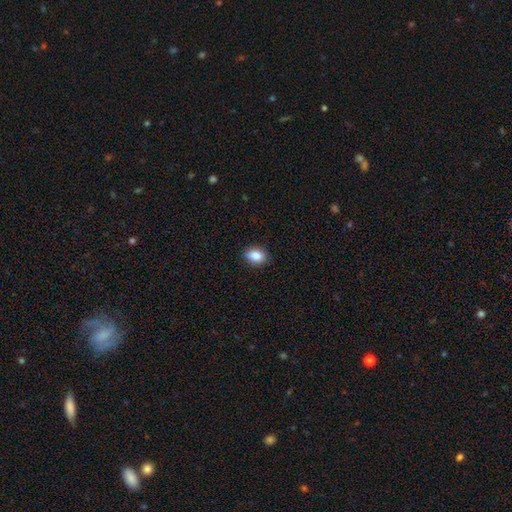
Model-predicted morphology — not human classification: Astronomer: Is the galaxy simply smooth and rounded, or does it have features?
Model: smooth — 86%.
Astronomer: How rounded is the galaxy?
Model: in between — 77%.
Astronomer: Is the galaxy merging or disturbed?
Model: none — 89%.